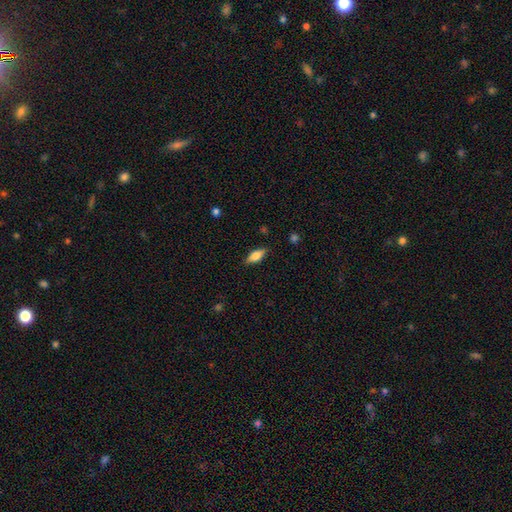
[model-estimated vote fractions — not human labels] Morphology: type=smooth (70%); roundness=in between (75%); merging=none (84%).